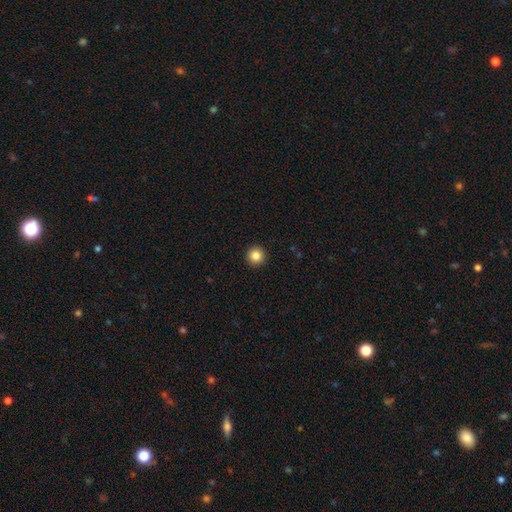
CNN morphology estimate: The model was most divided on "smooth or featured": smooth: 86%, star or artifact: 10%, featured or disk: 4%. More confident: how rounded — round (96%); merging — none (94%).